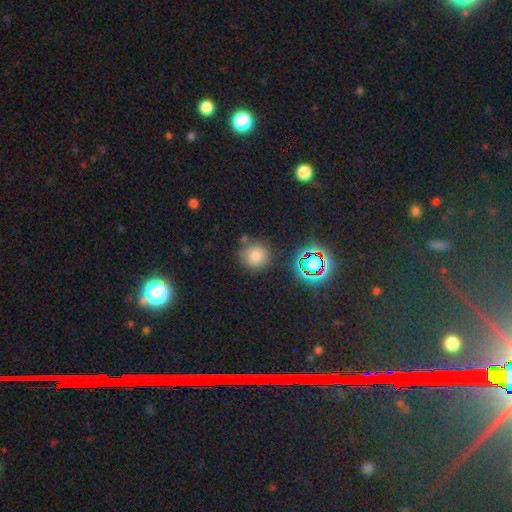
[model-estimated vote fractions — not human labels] This appears to be a smooth galaxy with no disk features (76%) that is round (91%). Merging: none (78%).